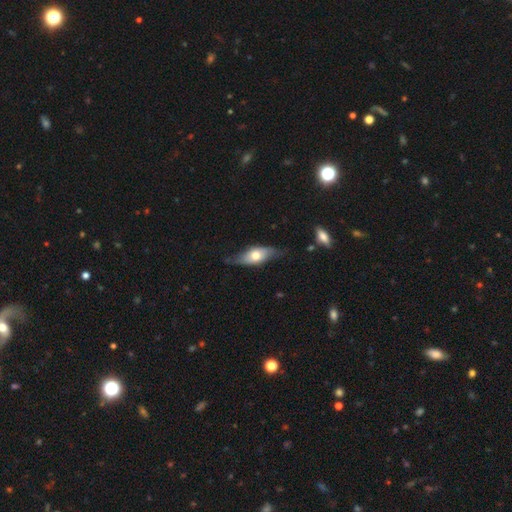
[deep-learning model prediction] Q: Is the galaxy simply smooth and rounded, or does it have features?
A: smooth — 52%.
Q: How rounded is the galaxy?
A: in between — 76%.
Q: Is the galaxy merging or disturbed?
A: none — 64%.